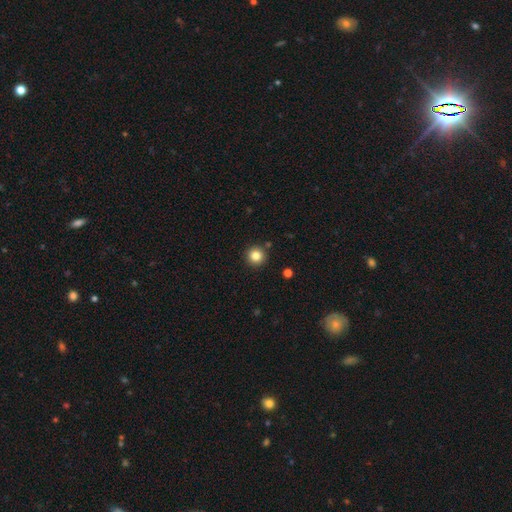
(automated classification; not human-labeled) The model was most divided on "smooth or featured": smooth: 83%, star or artifact: 11%, featured or disk: 5%. More confident: how rounded — round (95%); merging — none (90%).